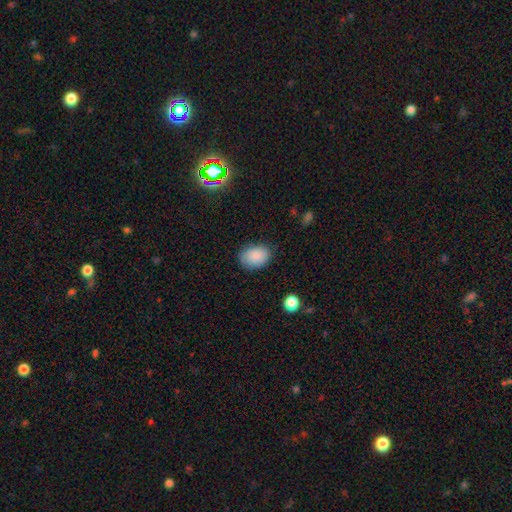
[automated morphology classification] This appears to be a smooth galaxy with no disk features (87%) that is in between round and cigar-shaped (71%). Merging: none (81%).